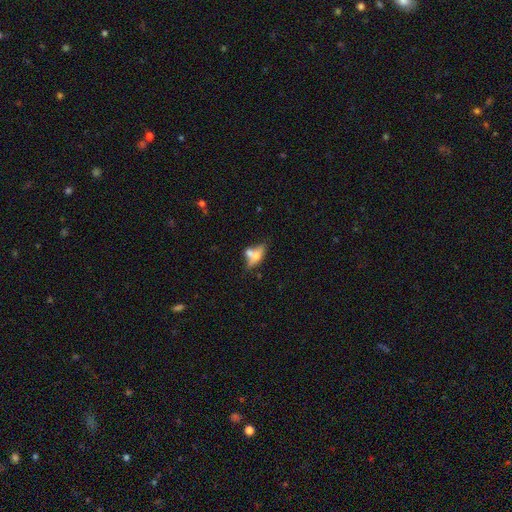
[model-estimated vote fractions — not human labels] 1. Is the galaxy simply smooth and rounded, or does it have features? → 53% smooth, 38% featured or disk, 10% star or artifact.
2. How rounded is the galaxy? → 61% in between, 31% cigar-shaped, 7% round.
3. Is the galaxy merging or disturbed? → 42% merger, 35% none, 14% minor disturbance, 9% major disturbance.